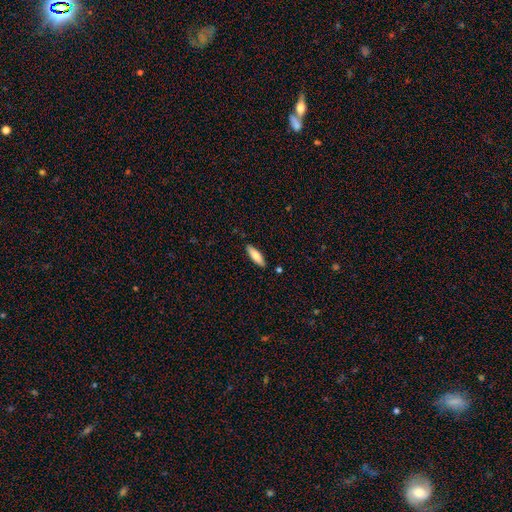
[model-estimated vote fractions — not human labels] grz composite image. It shows a smooth galaxy with no disk features (79%) that is cigar-shaped (51%). Merging: none (88%).